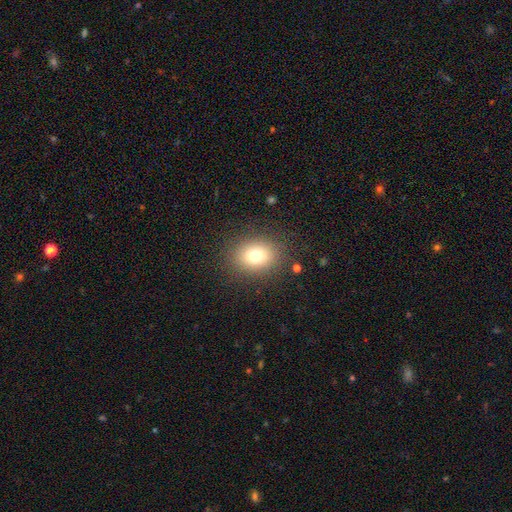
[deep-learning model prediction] smooth_or_featured: smooth (p=0.75) [alt: star or artifact p=0.14]
how_rounded: round (p=0.55) [alt: in between p=0.44]
merging: none (p=0.86) [alt: minor disturbance p=0.09]